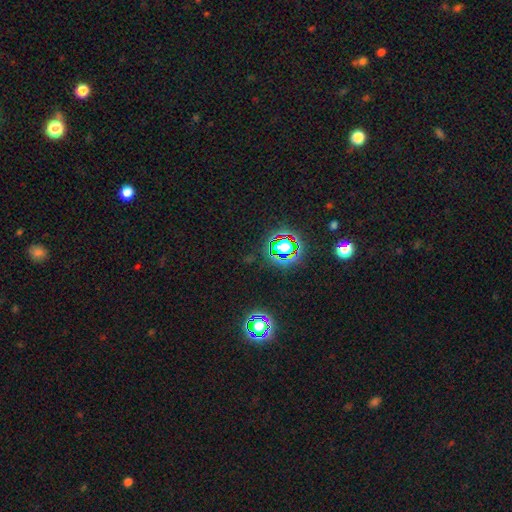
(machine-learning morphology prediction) This appears to be a star or artifact, not a galaxy (79%).